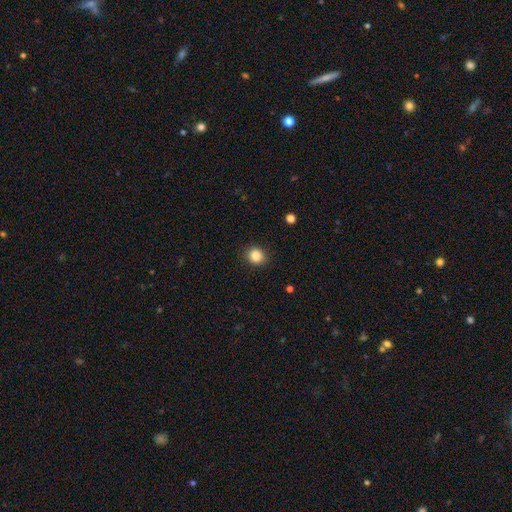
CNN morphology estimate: Q: Smooth or featured?
A: smooth (85%); runner-up: star or artifact (11%)
Q: How rounded?
A: round (79%); runner-up: in between (20%)
Q: Merging?
A: none (89%); runner-up: minor disturbance (7%)